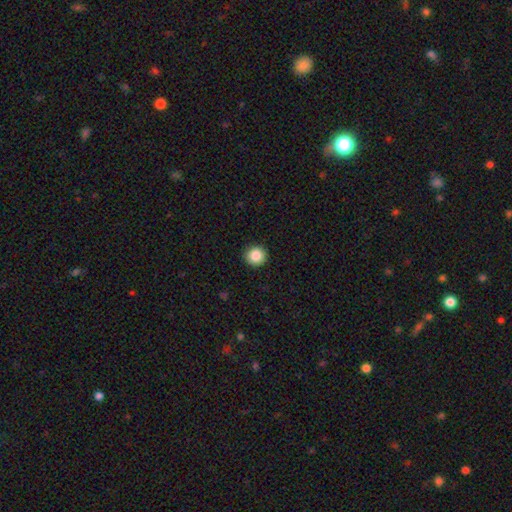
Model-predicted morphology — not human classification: Smooth or featured? smooth (86%)
How rounded? round (93%)
Merging? none (92%)